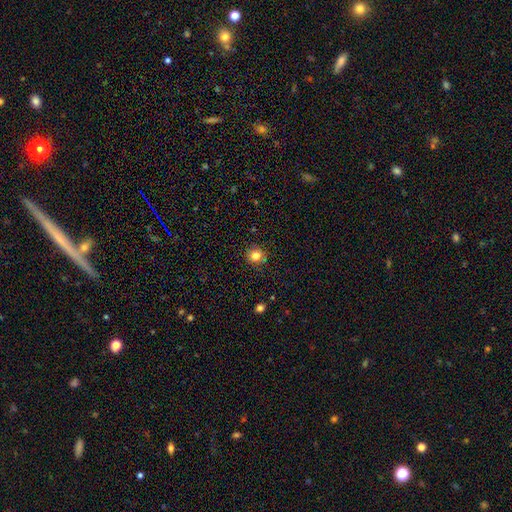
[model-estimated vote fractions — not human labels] Overall: smooth (80%). How rounded: round (90%). Merging: none (86%).